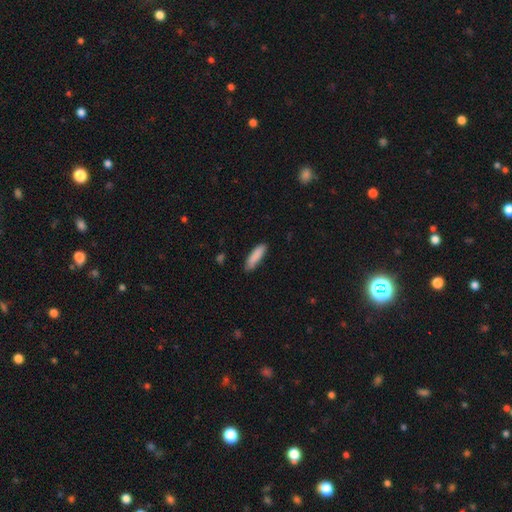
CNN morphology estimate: Smooth or featured?
  - smooth: 88% *
  - star or artifact: 6%
  - featured or disk: 6%
How rounded?
  - cigar-shaped: 64% *
  - in between: 35%
  - round: 1%
Merging?
  - none: 83% *
  - minor disturbance: 14%
  - major disturbance: 2%
  - merger: 1%